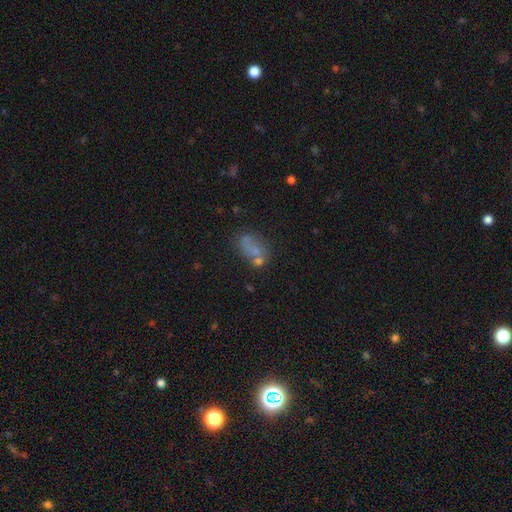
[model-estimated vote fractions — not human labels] Smooth or featured? Predicted: smooth (p=0.51). How rounded? Predicted: in between (p=0.76). Merging? Predicted: none (p=0.48).